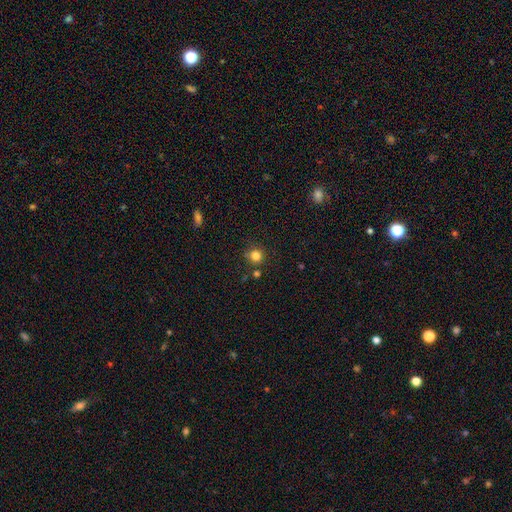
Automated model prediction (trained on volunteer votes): Smooth or featured? smooth (81%)
How rounded? round (90%)
Merging? none (78%)